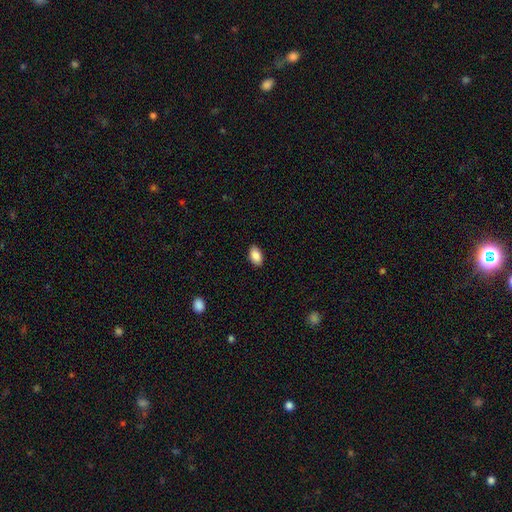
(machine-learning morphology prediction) A smooth galaxy with no disk features (88%) that is in between round and cigar-shaped (93%). Merging: none (88%).